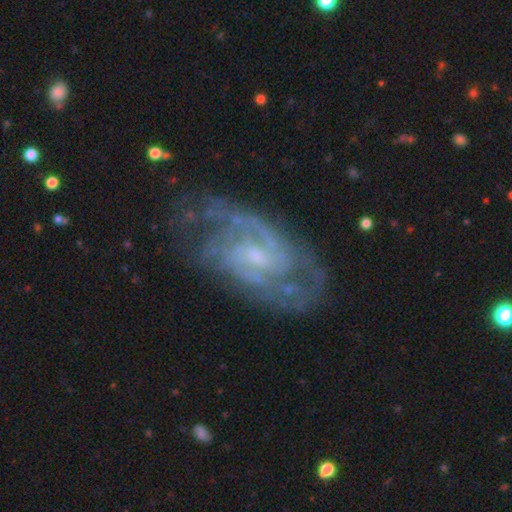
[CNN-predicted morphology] Smooth or featured?
  - featured or disk: 87% *
  - smooth: 7%
  - star or artifact: 6%
Edge-on disk?
  - no: 96% *
  - yes: 4%
Bar?
  - weak: 51% *
  - no: 40%
  - strong: 9%
Spiral arms?
  - yes: 95% *
  - no: 5%
Spiral winding?
  - medium: 45% *
  - tight: 44%
  - loose: 12%
Spiral arm count?
  - 2: 49% *
  - can't tell: 25%
  - 3: 13%
  - 4: 5%
  - 1: 4%
  - more than 4: 4%
Bulge size?
  - small: 59% *
  - moderate: 30%
  - none: 9%
  - large: 2%
  - dominant: 1%
Merging?
  - none: 68% *
  - minor disturbance: 19%
  - major disturbance: 11%
  - merger: 2%